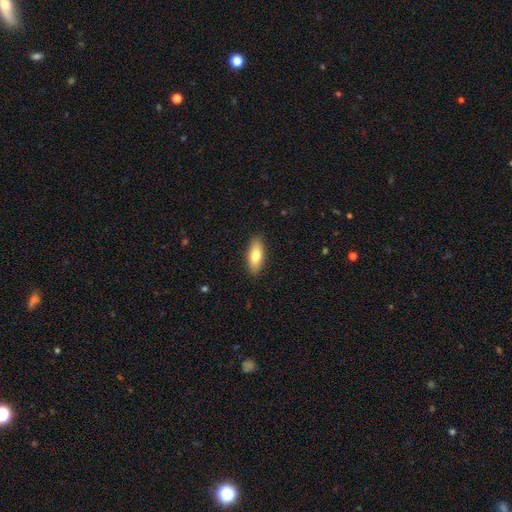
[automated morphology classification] Smooth or featured: smooth — 76% (featured or disk — 18%)
How rounded: in between — 76% (cigar-shaped — 21%)
Merging: none — 89% (minor disturbance — 9%)